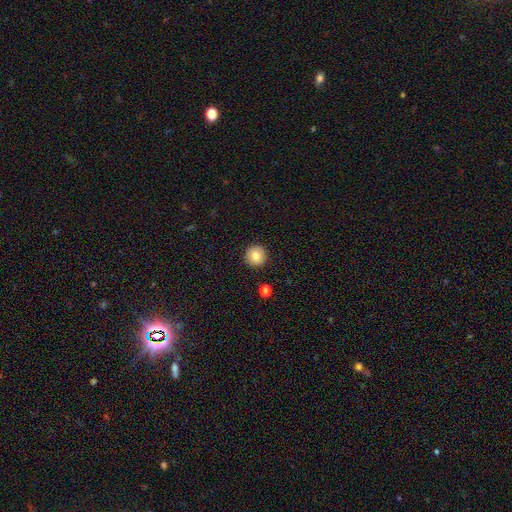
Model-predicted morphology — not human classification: Overall: smooth (82%). How rounded: round (96%). Merging: none (92%).